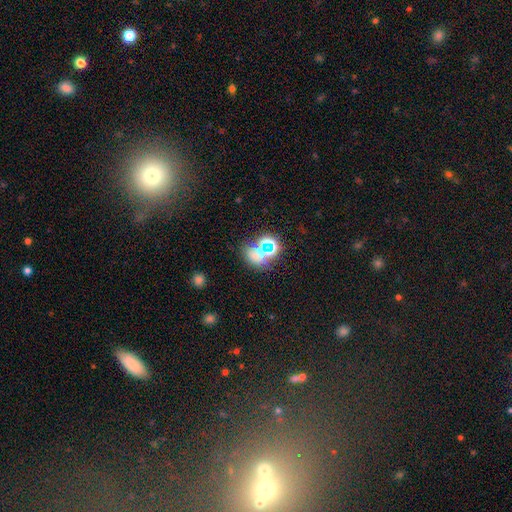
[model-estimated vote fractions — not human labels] Smooth or featured: star or artifact — 47% (smooth — 42%)